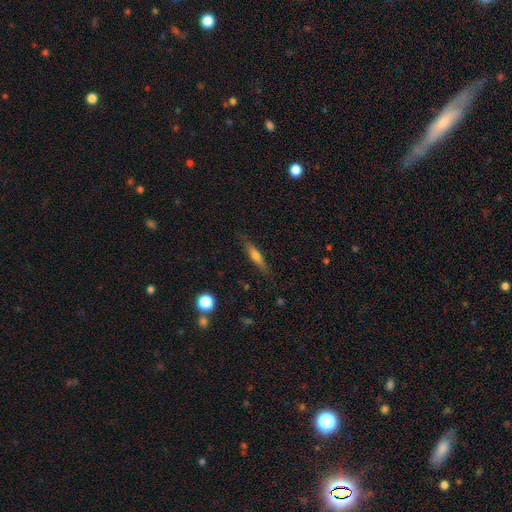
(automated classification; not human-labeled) A smooth galaxy with no disk features (51%) that is cigar-shaped (82%).

Vote fractions:
- Smooth or featured? smooth: 51% / featured or disk: 42% / star or artifact: 7%
- How rounded? cigar-shaped: 82% / in between: 15% / round: 3%
- Merging? none: 84% / minor disturbance: 12% / major disturbance: 3% / merger: 1%